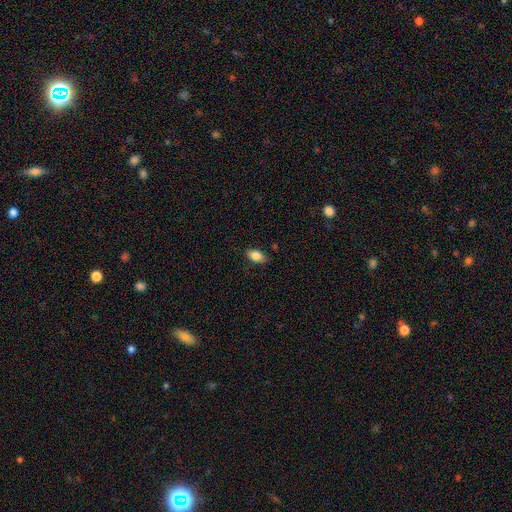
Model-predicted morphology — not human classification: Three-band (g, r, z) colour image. It shows a smooth galaxy with no disk features (84%) that is in between round and cigar-shaped (88%). Merging: none (80%).